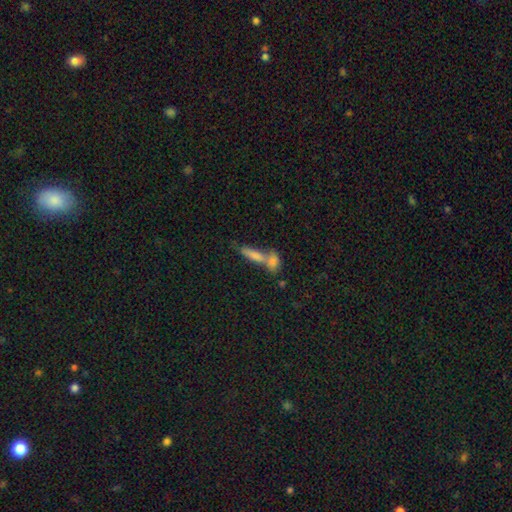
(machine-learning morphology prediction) smooth_or_featured: smooth (p=0.68) [alt: featured or disk p=0.19]
how_rounded: cigar-shaped (p=0.53) [alt: in between p=0.41]
merging: merger (p=0.59) [alt: none p=0.30]